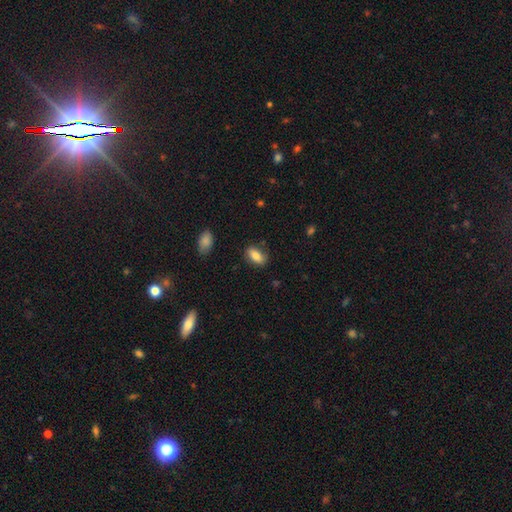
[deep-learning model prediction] A smooth galaxy with no disk features (81%) that is in between round and cigar-shaped (89%). Merging: none (79%).